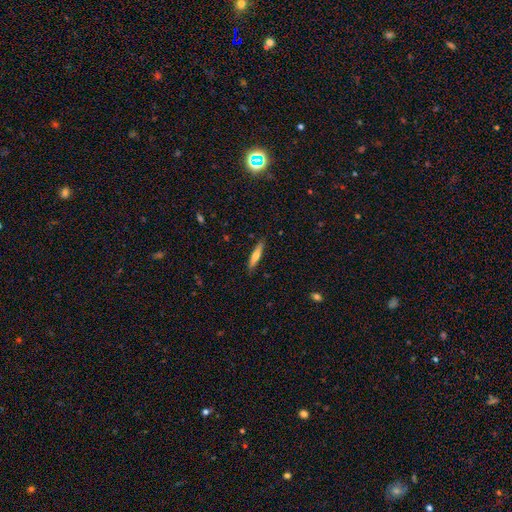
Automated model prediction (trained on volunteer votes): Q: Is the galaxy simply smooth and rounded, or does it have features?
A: smooth — 60%.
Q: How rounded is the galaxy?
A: cigar-shaped — 86%.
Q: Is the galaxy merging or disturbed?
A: none — 88%.